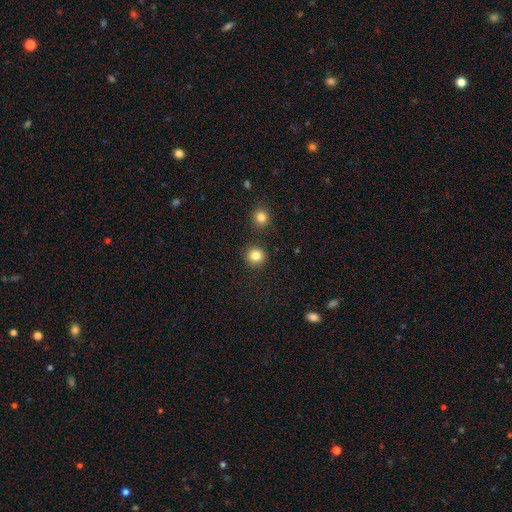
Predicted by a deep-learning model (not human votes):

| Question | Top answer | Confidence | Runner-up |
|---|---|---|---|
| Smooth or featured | smooth | 84% | star or artifact (11%) |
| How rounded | round | 93% | in between (6%) |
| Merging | none | 90% | minor disturbance (5%) |